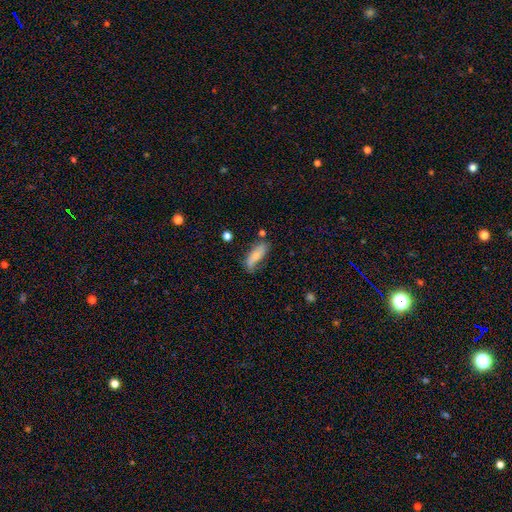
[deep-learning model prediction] Overall: smooth (58%; featured or disk 35%). How rounded: in between (67%; cigar-shaped 30%). Merging: none (62%; minor disturbance 25%).